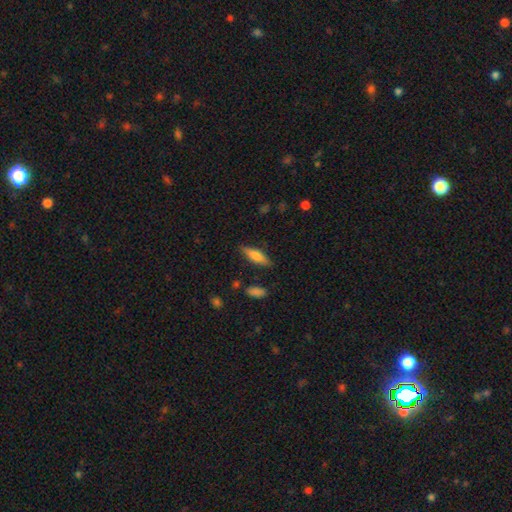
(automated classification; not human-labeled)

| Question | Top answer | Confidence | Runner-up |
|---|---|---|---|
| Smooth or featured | smooth | 64% | featured or disk (29%) |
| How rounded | cigar-shaped | 55% | in between (43%) |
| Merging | none | 83% | minor disturbance (12%) |